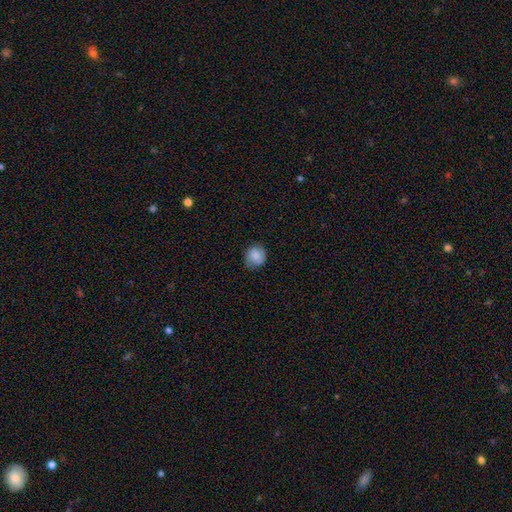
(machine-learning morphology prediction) Smooth or featured? Predicted: smooth (p=0.76). How rounded? Predicted: round (p=0.79). Merging? Predicted: none (p=0.78).